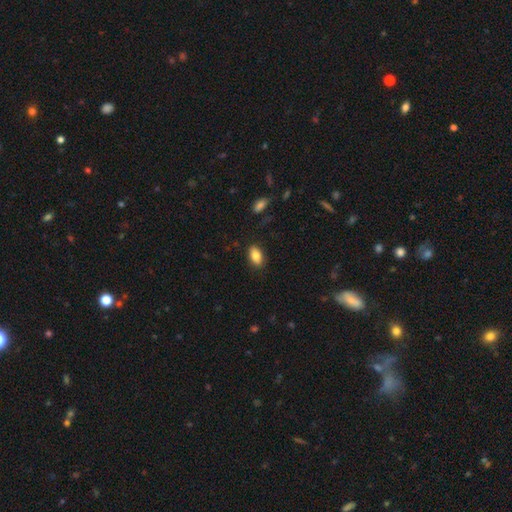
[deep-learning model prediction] Morphology: type=smooth (84%); roundness=in between (90%); merging=none (87%).